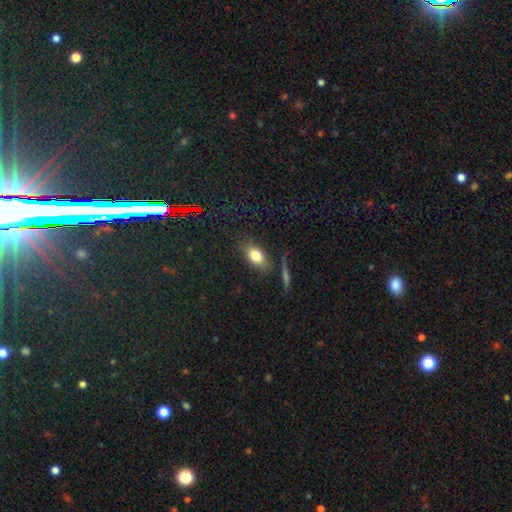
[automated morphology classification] smooth 77%, featured or disk 12%, star or artifact 10%. Down the decision tree: how rounded — in between (81%); merging — none (76%).